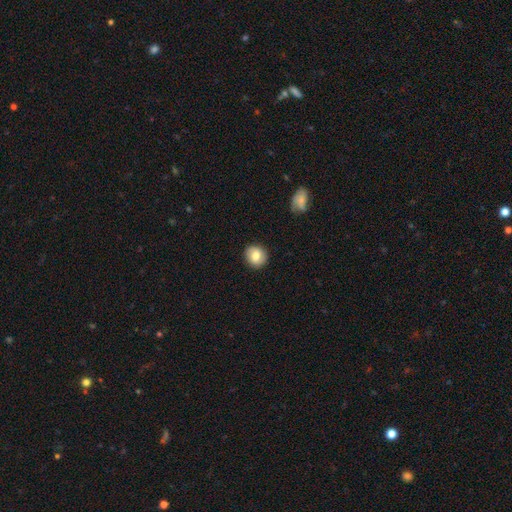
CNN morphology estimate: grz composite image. It shows a smooth galaxy with no disk features (74%) that is round (86%). Merging: none (89%).